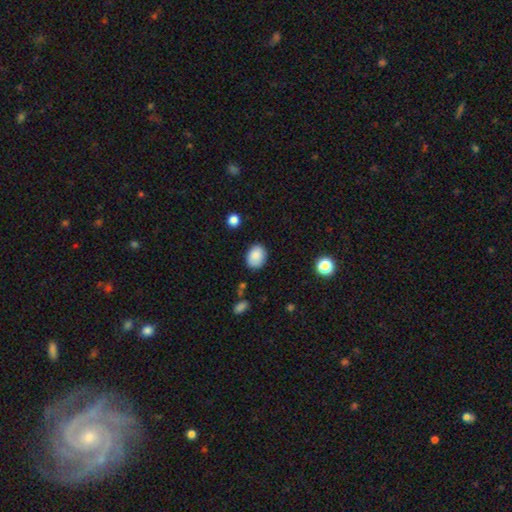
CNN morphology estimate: Q: Smooth or featured?
A: smooth (87%); runner-up: star or artifact (8%)
Q: How rounded?
A: in between (65%); runner-up: round (34%)
Q: Merging?
A: none (80%); runner-up: minor disturbance (15%)